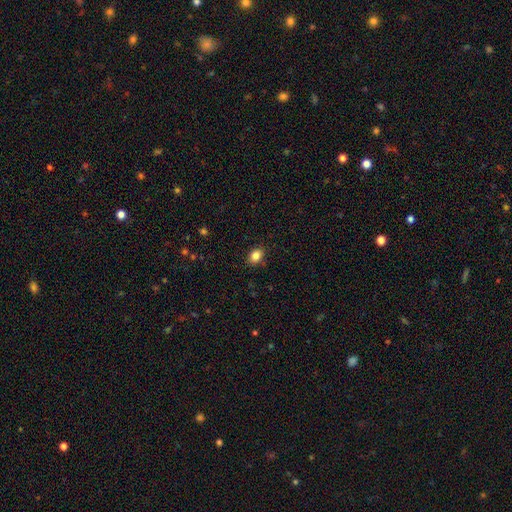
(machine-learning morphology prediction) smooth 84%, star or artifact 10%, featured or disk 6%. Down the decision tree: how rounded — in between (65%); merging — none (87%).